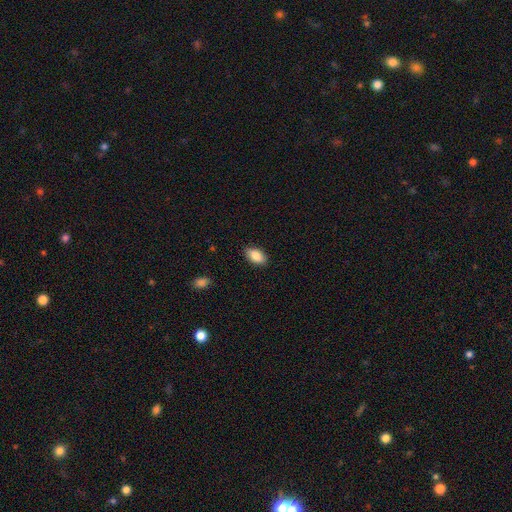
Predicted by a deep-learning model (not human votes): A smooth galaxy with no disk features (87%) that is in between round and cigar-shaped (94%). Merging: none (88%).